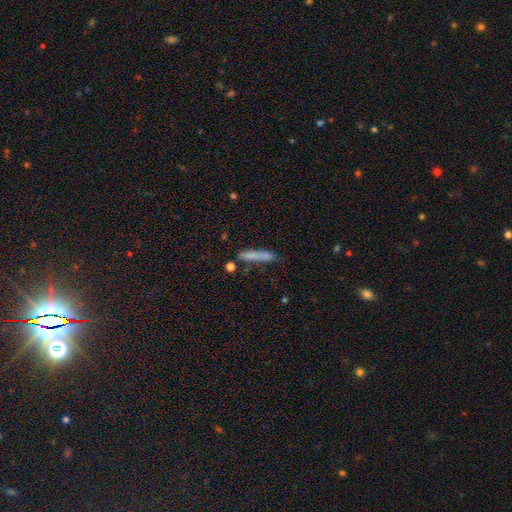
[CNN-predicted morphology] smooth 73%, featured or disk 18%, star or artifact 9%. Down the decision tree: how rounded — cigar-shaped (93%); merging — none (71%).